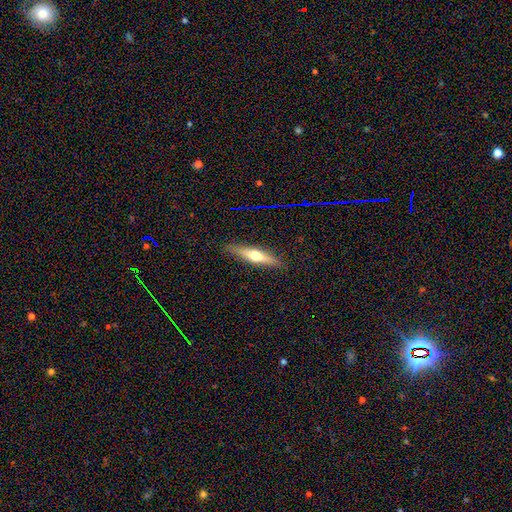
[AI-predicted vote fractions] Morphology: type=featured or disk (51%); edge-on=yes (92%); merging=none (88%).